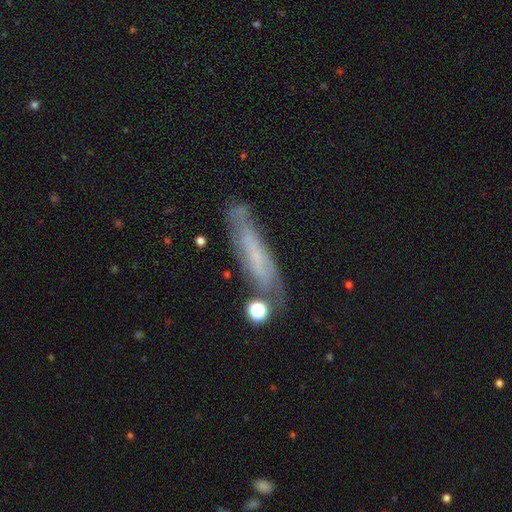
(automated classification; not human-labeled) Q: Smooth or featured?
A: featured or disk (55%); runner-up: smooth (35%)
Q: Edge-on disk?
A: no (56%); runner-up: yes (44%)
Q: Merging?
A: none (64%); runner-up: minor disturbance (21%)